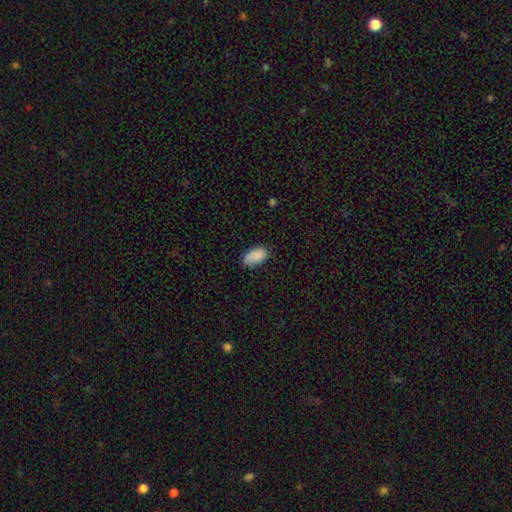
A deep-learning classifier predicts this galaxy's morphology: Smooth or featured? Predicted: smooth (p=0.89). How rounded? Predicted: in between (p=0.94). Merging? Predicted: none (p=0.78).